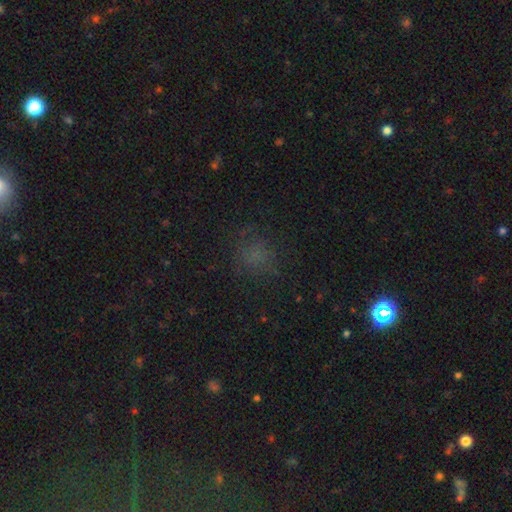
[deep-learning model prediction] This appears to be a smooth galaxy with no disk features (63%) that is round (79%). Merging: none (75%).